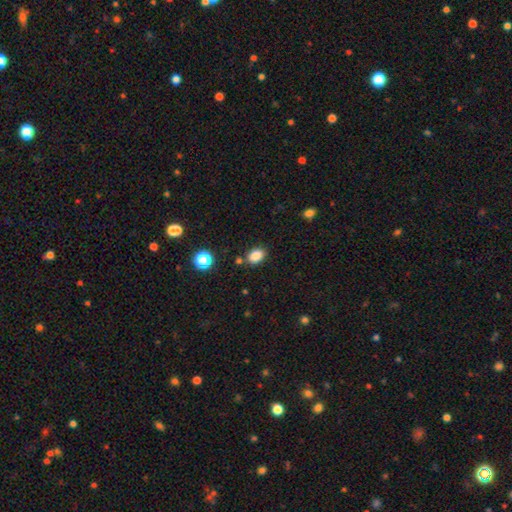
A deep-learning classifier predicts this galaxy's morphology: Smooth or featured?
  - smooth: 85% *
  - star or artifact: 10%
  - featured or disk: 5%
How rounded?
  - in between: 77% *
  - round: 22%
  - cigar-shaped: 1%
Merging?
  - none: 80% *
  - minor disturbance: 11%
  - merger: 6%
  - major disturbance: 3%